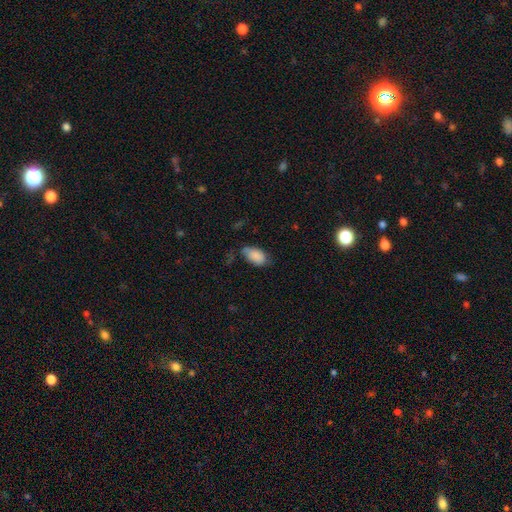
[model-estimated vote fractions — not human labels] Smooth or featured: smooth — 86% (star or artifact — 8%)
How rounded: in between — 93% (round — 5%)
Merging: none — 54% (minor disturbance — 32%)